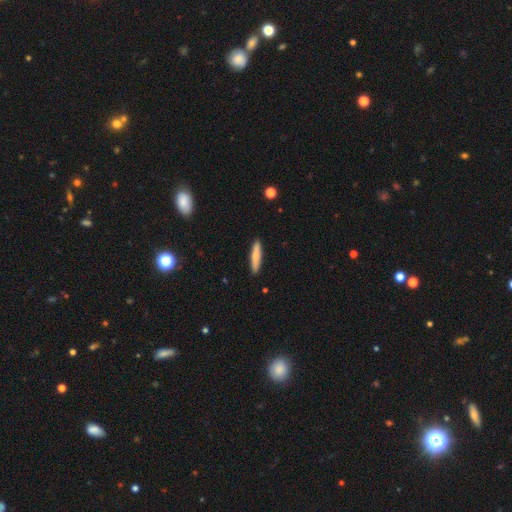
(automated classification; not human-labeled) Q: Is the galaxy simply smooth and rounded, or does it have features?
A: smooth — 74%.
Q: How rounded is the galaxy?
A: cigar-shaped — 87%.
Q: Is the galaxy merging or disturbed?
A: none — 90%.